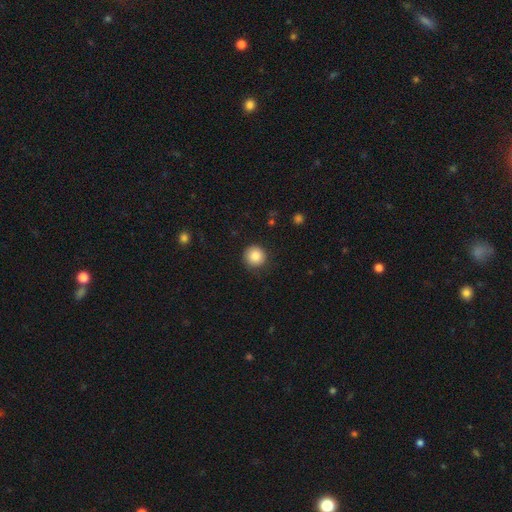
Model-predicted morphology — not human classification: This is clearly a smooth galaxy (85%). How rounded: clearly round (95%). Merging: clearly none (89%).